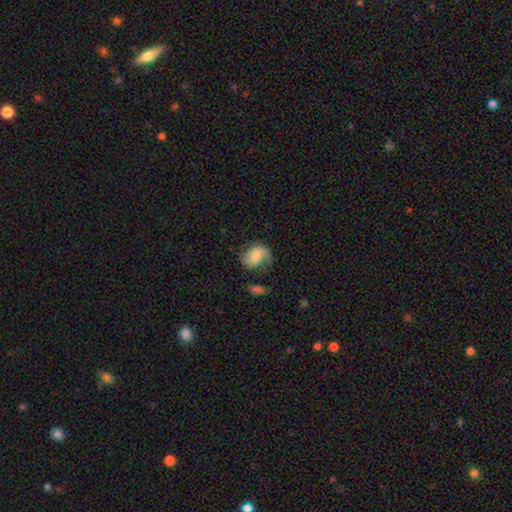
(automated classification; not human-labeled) Smooth or featured? featured or disk (59%)
Edge-on disk? no (97%)
Bar? no (56%)
Spiral arms? yes (90%)
Spiral winding? loose (43%)
Spiral arm count? 2 (65%)
Bulge size? moderate (44%)
Merging? none (54%)